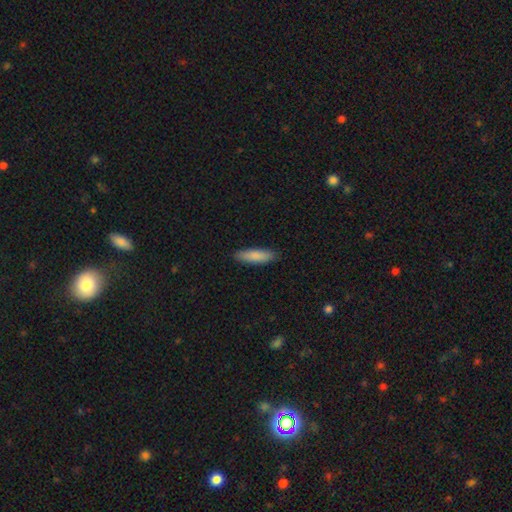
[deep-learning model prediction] The model was most divided on "how rounded": cigar-shaped: 62%, in between: 36%, round: 2%. More confident: merging — none (89%); smooth or featured — smooth (87%).